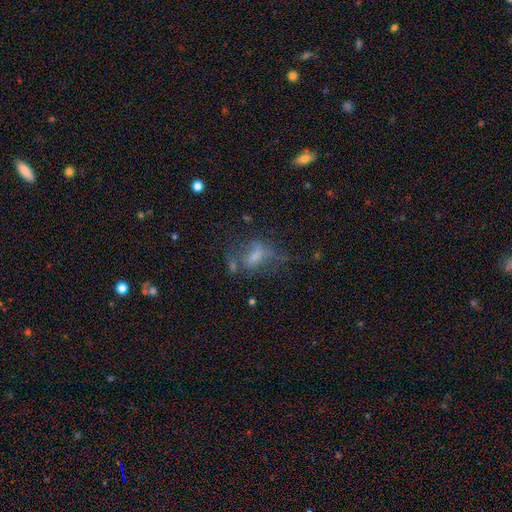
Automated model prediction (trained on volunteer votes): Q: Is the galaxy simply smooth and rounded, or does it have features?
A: smooth — 47%.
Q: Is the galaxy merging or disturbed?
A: major disturbance — 35%.